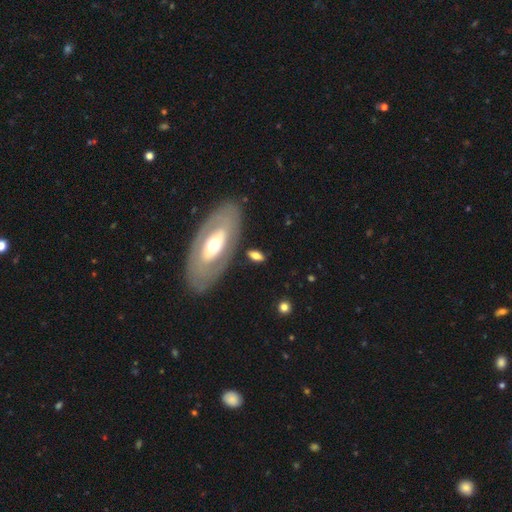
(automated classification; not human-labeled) This is possibly a smooth galaxy (55%). How rounded: likely in between (80%). Merging: likely none (75%).